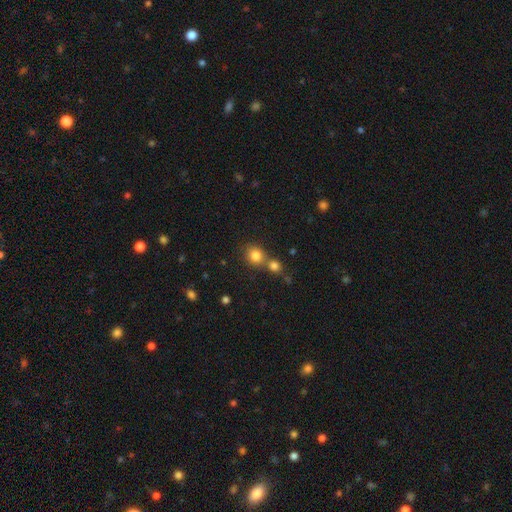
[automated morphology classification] Smooth or featured?
  - smooth: 82% *
  - star or artifact: 12%
  - featured or disk: 6%
How rounded?
  - round: 82% *
  - in between: 17%
  - cigar-shaped: 1%
Merging?
  - none: 55% *
  - merger: 34%
  - minor disturbance: 8%
  - major disturbance: 3%